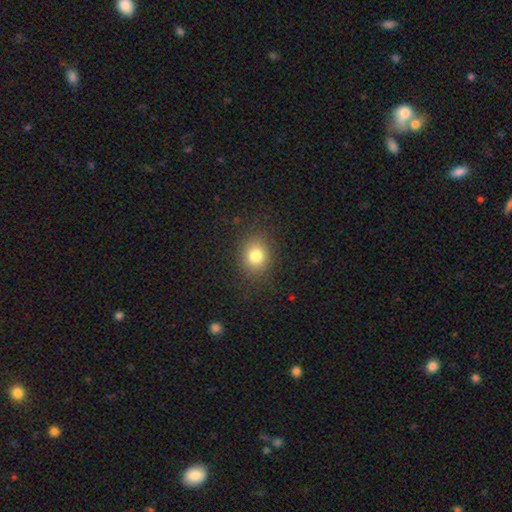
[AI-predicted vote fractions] Smooth or featured?
  - smooth: 80% *
  - star or artifact: 12%
  - featured or disk: 8%
How rounded?
  - round: 65% *
  - in between: 34%
  - cigar-shaped: 1%
Merging?
  - none: 85% *
  - minor disturbance: 10%
  - major disturbance: 4%
  - merger: 1%